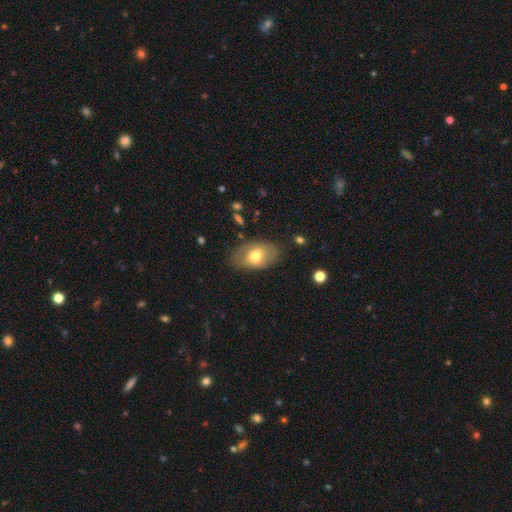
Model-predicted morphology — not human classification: Q: Smooth or featured?
A: smooth (65%); runner-up: featured or disk (28%)
Q: How rounded?
A: in between (87%); runner-up: round (11%)
Q: Merging?
A: none (74%); runner-up: minor disturbance (18%)